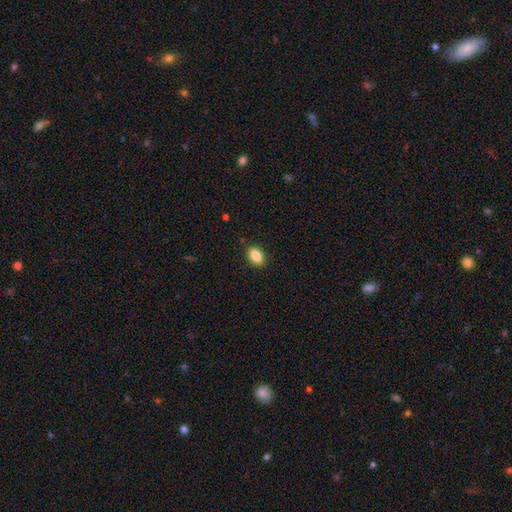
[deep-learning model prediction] Overall: smooth (86%). How rounded: in between (88%). Merging: none (87%).